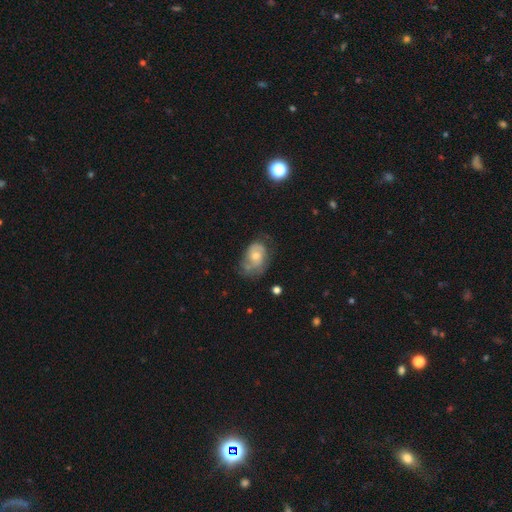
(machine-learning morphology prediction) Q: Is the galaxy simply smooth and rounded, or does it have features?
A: featured or disk — 51%.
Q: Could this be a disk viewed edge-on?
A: no — 96%.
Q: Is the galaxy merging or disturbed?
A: none — 45%.